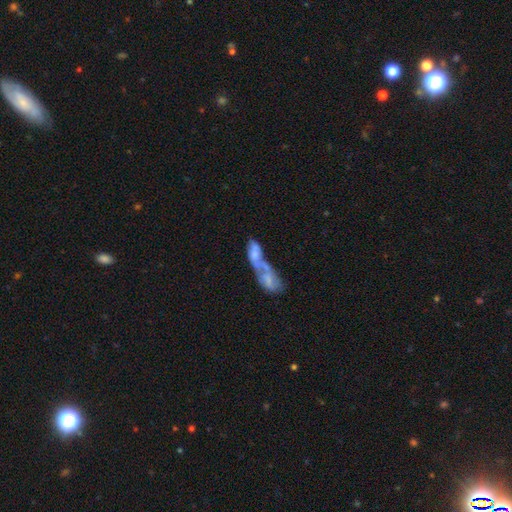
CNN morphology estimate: smooth_or_featured: smooth (p=0.50) [alt: featured or disk p=0.42]
merging: merger (p=0.78) [alt: major disturbance p=0.09]